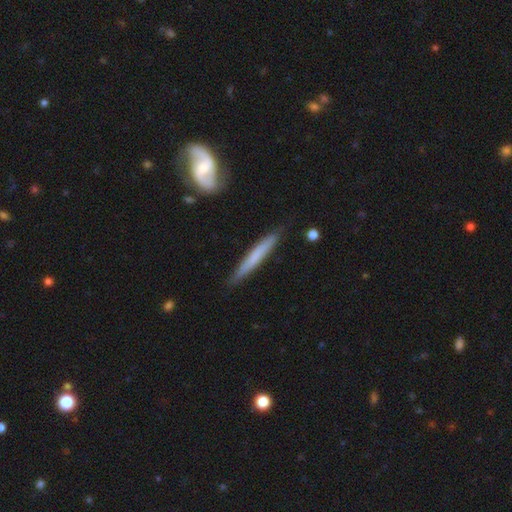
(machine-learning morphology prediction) This appears to be a smooth galaxy with no disk features (55%) that is cigar-shaped (95%). Merging: none (85%).